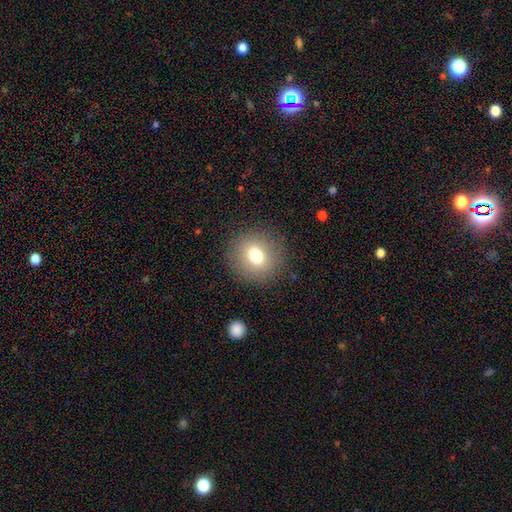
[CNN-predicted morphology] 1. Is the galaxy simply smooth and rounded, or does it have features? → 74% smooth, 15% featured or disk, 11% star or artifact.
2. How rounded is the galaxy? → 87% round, 12% in between, 1% cigar-shaped.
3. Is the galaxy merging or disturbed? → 87% none, 8% minor disturbance, 4% major disturbance, 1% merger.